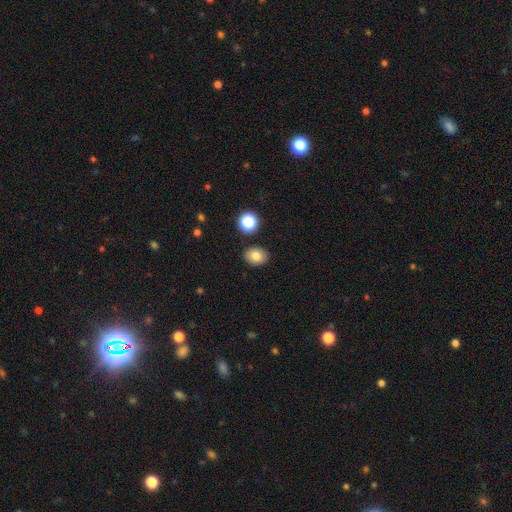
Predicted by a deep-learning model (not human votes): smooth_or_featured: smooth (p=0.81) [alt: star or artifact p=0.11]
how_rounded: in between (p=0.53) [alt: round p=0.46]
merging: none (p=0.87) [alt: minor disturbance p=0.08]